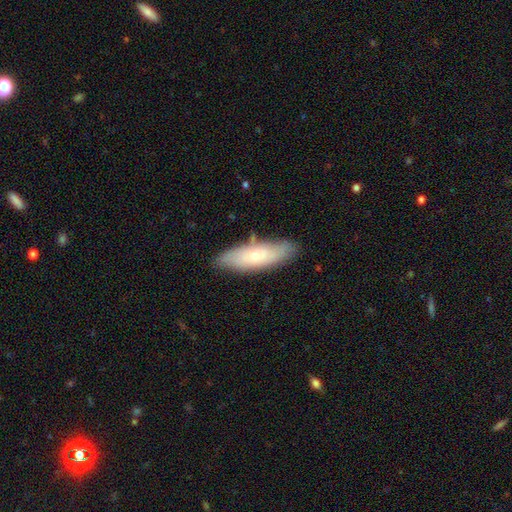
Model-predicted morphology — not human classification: Q: Smooth or featured?
A: smooth (54%); runner-up: featured or disk (39%)
Q: How rounded?
A: in between (55%); runner-up: cigar-shaped (43%)
Q: Merging?
A: none (80%); runner-up: minor disturbance (15%)